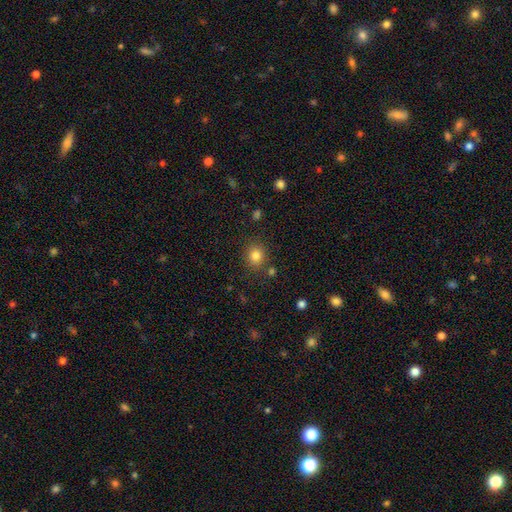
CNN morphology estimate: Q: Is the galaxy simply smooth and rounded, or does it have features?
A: smooth — 82%.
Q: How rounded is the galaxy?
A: round — 80%.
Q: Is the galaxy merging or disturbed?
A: none — 83%.